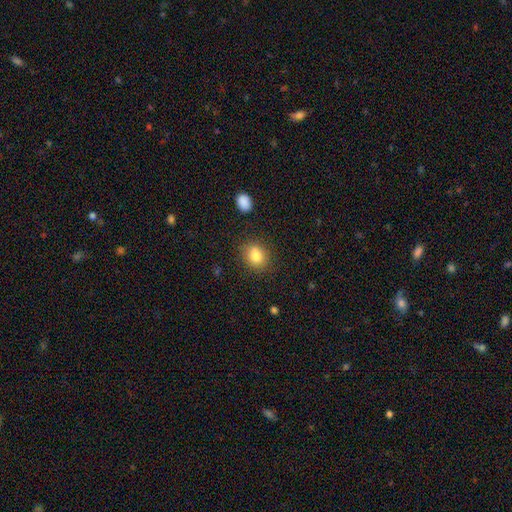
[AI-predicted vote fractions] smooth 82%, star or artifact 10%, featured or disk 8%. Down the decision tree: how rounded — round (59%); merging — none (81%).